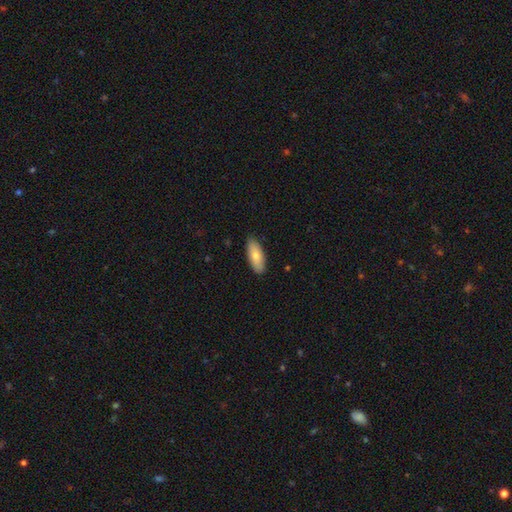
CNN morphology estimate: Smooth or featured? smooth (79%)
How rounded? in between (80%)
Merging? none (88%)